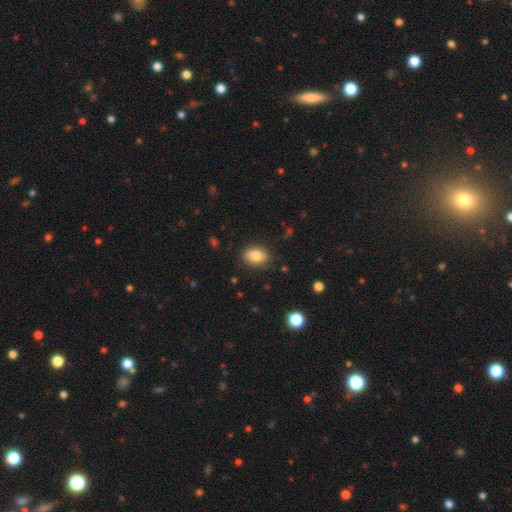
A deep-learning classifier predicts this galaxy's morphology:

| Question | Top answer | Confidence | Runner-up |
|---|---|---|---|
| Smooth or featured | smooth | 81% | featured or disk (10%) |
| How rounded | in between | 73% | round (26%) |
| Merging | none | 83% | minor disturbance (13%) |